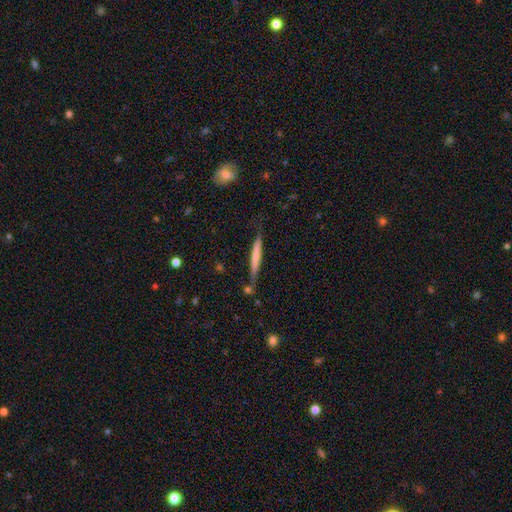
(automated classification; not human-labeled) The model was most divided on "smooth or featured": smooth: 58%, featured or disk: 36%, star or artifact: 6%. More confident: how rounded — cigar-shaped (95%); merging — none (73%).